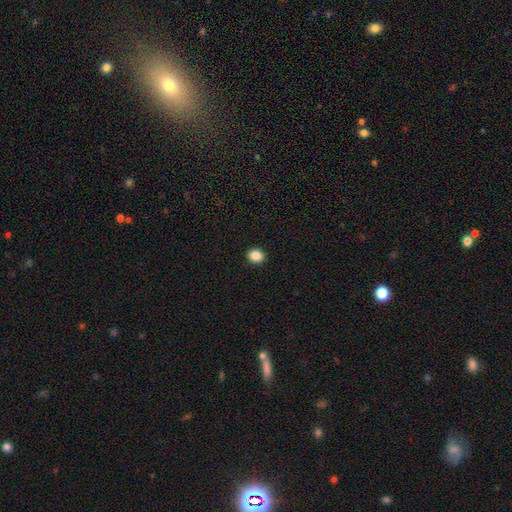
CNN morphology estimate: smooth 87%, star or artifact 9%, featured or disk 3%. Down the decision tree: how rounded — round (57%); merging — none (92%).